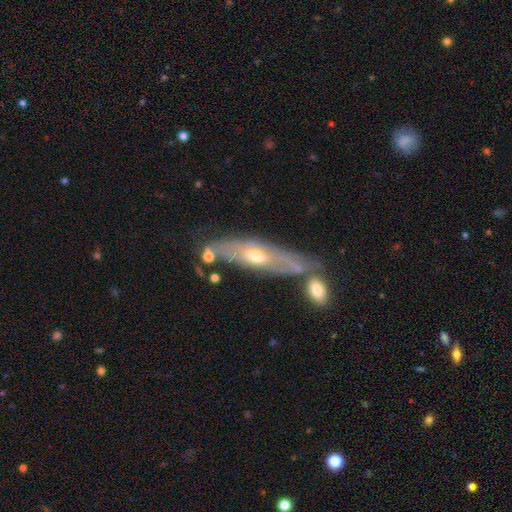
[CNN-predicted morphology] Smooth or featured? featured or disk (68%)
Edge-on disk? no (56%)
Merging? none (61%)